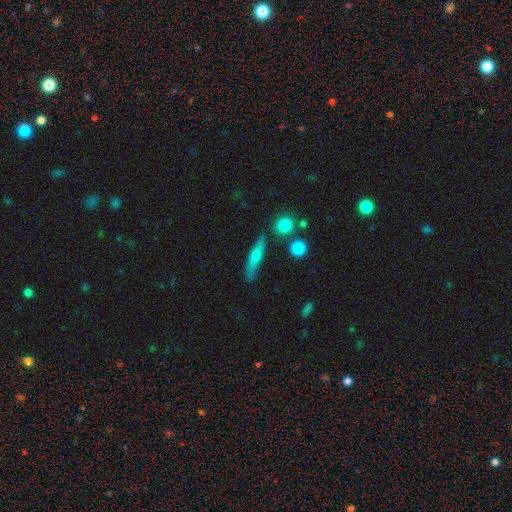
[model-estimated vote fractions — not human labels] Morphology: type=smooth (49%); merging=none (74%).